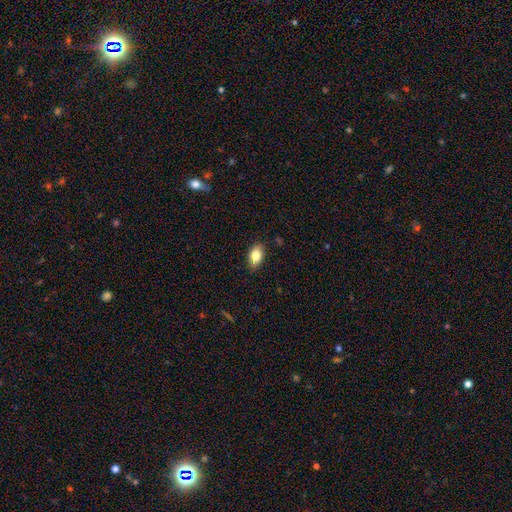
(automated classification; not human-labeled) A smooth galaxy with no disk features (82%) that is in between round and cigar-shaped (88%).

Vote fractions:
- Smooth or featured? smooth: 82% / featured or disk: 10% / star or artifact: 8%
- How rounded? in between: 88% / round: 8% / cigar-shaped: 3%
- Merging? none: 85% / minor disturbance: 12% / major disturbance: 2% / merger: 1%